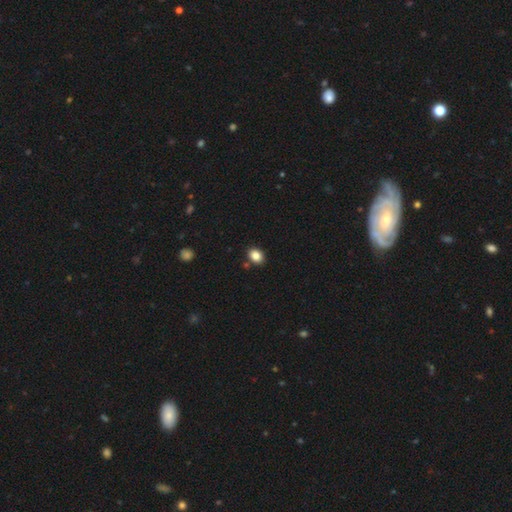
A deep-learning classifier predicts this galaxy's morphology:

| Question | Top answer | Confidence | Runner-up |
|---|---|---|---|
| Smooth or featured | smooth | 85% | star or artifact (9%) |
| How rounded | in between | 66% | round (33%) |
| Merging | none | 85% | minor disturbance (9%) |